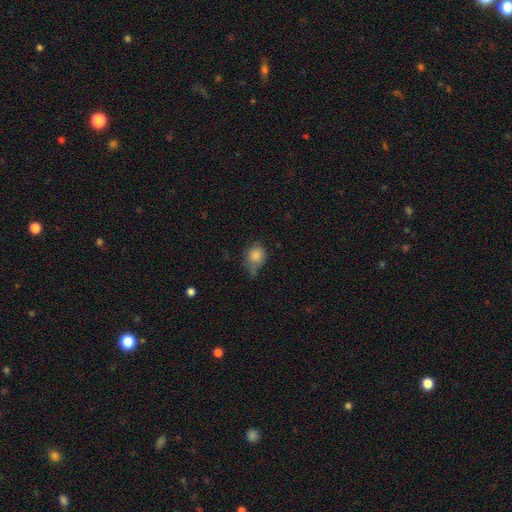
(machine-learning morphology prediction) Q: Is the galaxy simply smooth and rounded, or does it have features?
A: smooth — 82%.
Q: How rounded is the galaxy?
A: round — 64%.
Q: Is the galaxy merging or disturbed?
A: none — 42%.